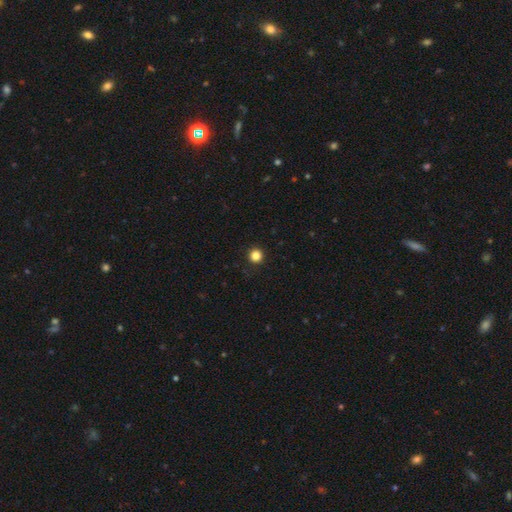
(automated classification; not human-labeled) A smooth galaxy with no disk features (85%) that is round (96%).

Vote fractions:
- Smooth or featured? smooth: 85% / star or artifact: 11% / featured or disk: 4%
- How rounded? round: 96% / in between: 3% / cigar-shaped: 1%
- Merging? none: 93% / minor disturbance: 4% / major disturbance: 2% / merger: 1%